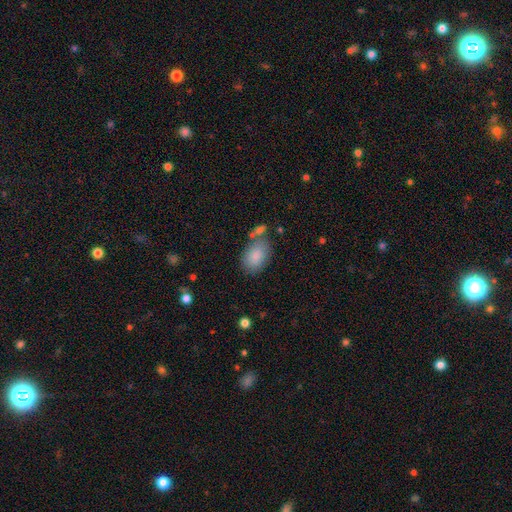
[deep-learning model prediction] A smooth galaxy with no disk features (86%) that is in between round and cigar-shaped (89%).

Vote fractions:
- Smooth or featured? smooth: 86% / featured or disk: 8% / star or artifact: 7%
- How rounded? in between: 89% / round: 10% / cigar-shaped: 1%
- Merging? none: 69% / minor disturbance: 16% / merger: 10% / major disturbance: 5%